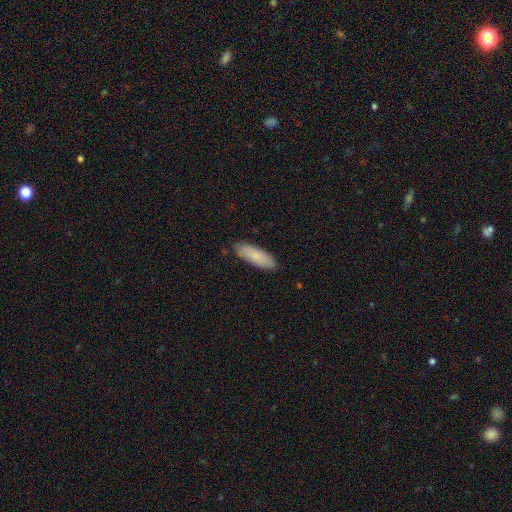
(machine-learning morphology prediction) Smooth or featured? Predicted: smooth (p=0.82). How rounded? Predicted: in between (p=0.57). Merging? Predicted: none (p=0.86).